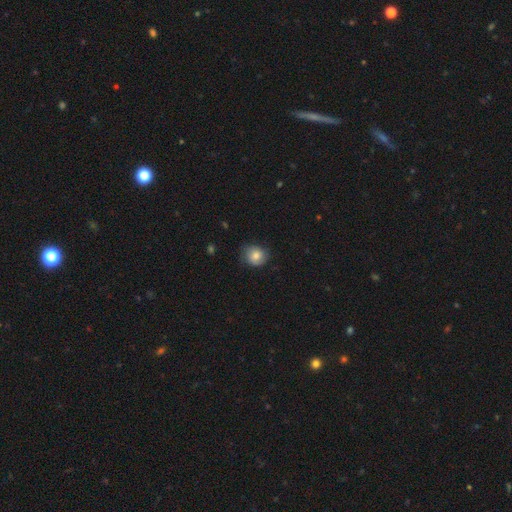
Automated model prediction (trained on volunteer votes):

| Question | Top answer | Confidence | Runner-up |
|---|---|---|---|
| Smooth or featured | smooth | 79% | featured or disk (12%) |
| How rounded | round | 78% | in between (22%) |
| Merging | none | 73% | minor disturbance (22%) |